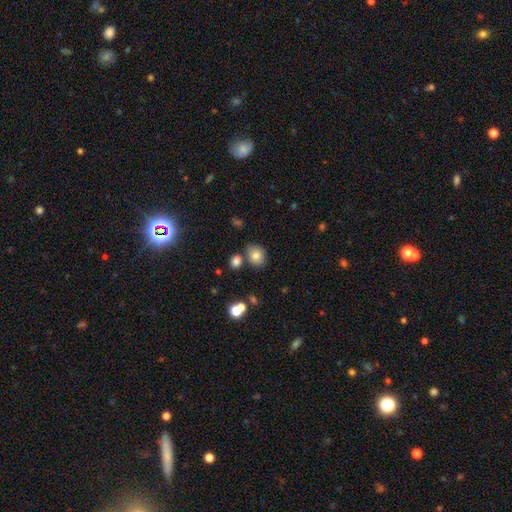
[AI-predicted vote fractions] The model was most divided on "how rounded": round: 55%, in between: 44%, cigar-shaped: 1%. More confident: smooth or featured — smooth (78%); merging — none (72%).